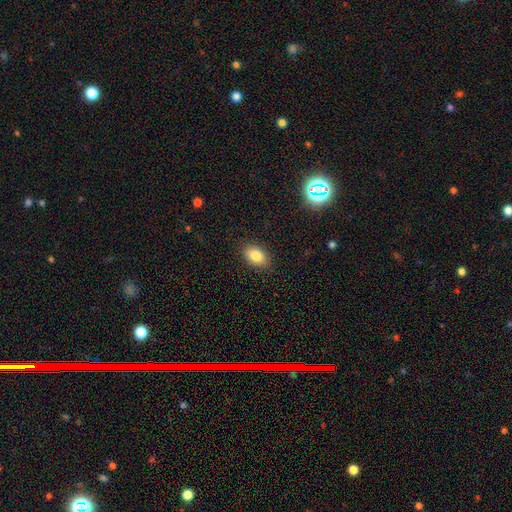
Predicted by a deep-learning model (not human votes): This appears to be a smooth galaxy with no disk features (84%) that is in between round and cigar-shaped (89%). Merging: none (87%).